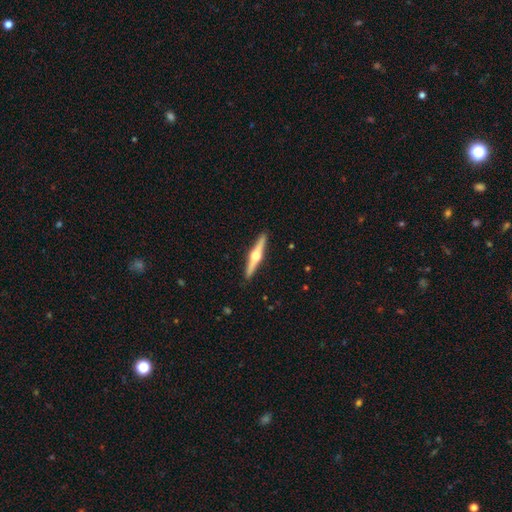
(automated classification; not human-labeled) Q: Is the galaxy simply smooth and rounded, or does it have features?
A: featured or disk — 76%.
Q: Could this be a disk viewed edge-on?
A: yes — 98%.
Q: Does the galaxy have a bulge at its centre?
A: rounded — 95%.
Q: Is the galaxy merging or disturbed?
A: none — 92%.